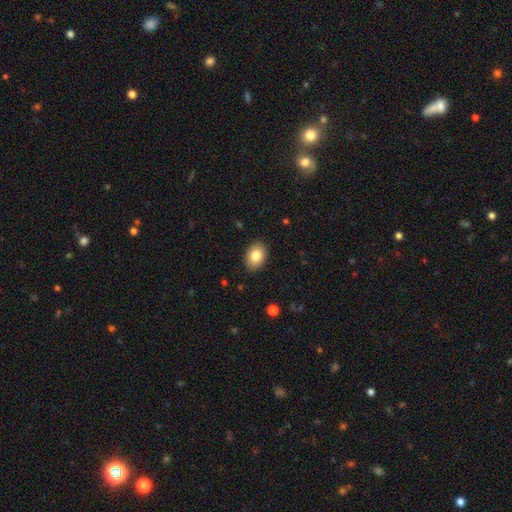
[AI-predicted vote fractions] Overall: smooth (82%). How rounded: in between (78%). Merging: none (89%).